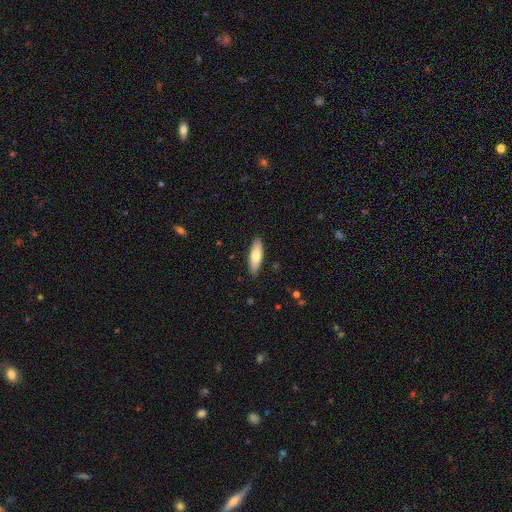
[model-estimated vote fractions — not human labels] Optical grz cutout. It shows a smooth galaxy with no disk features (70%) that is in between round and cigar-shaped (52%). Merging: none (88%).